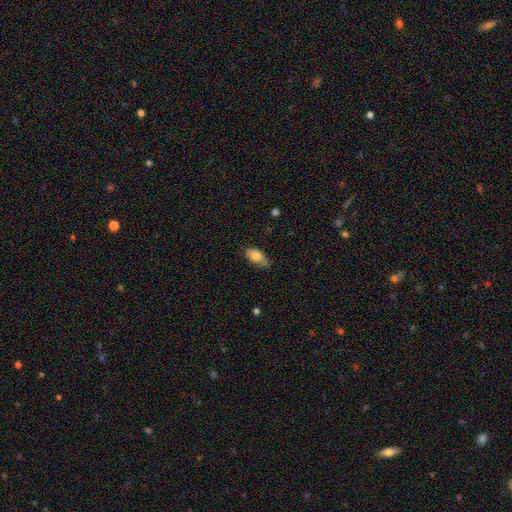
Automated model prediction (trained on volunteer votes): Smooth or featured: smooth — 79% (featured or disk — 13%)
How rounded: in between — 87% (cigar-shaped — 8%)
Merging: none — 60% (minor disturbance — 32%)